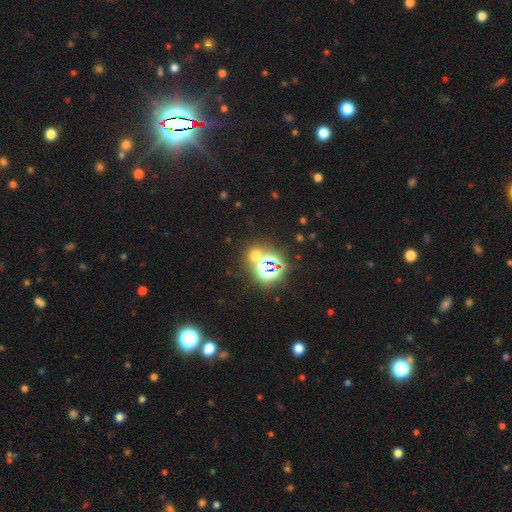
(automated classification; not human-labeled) star or artifact 54%, smooth 38%, featured or disk 8%.